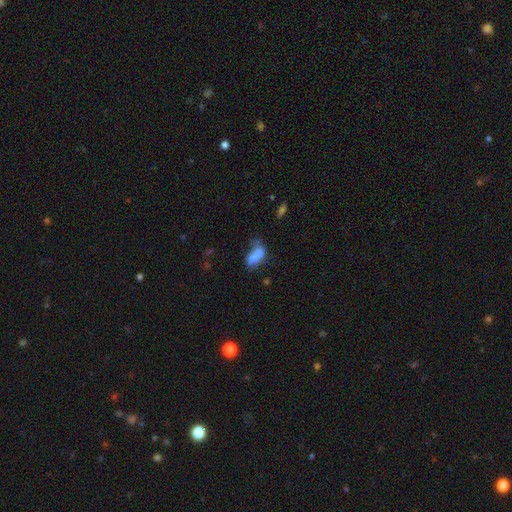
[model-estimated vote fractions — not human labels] Smooth or featured? smooth (67%)
How rounded? in between (80%)
Merging? merger (52%)